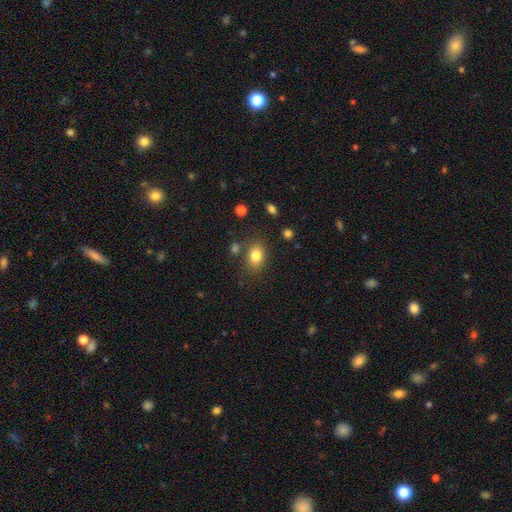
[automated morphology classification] Smooth or featured? smooth (81%)
How rounded? in between (74%)
Merging? none (78%)